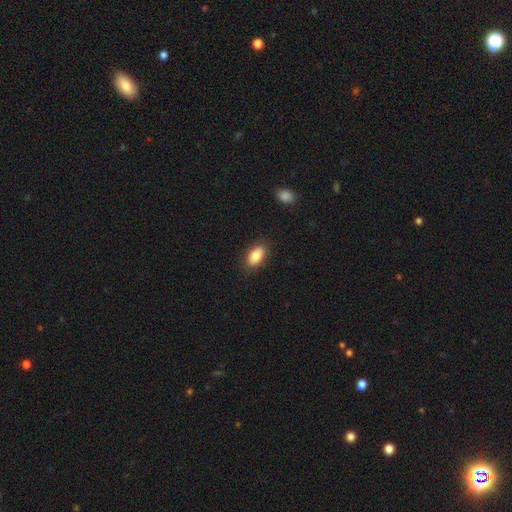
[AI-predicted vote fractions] This appears to be a smooth galaxy with no disk features (82%) that is in between round and cigar-shaped (91%). Merging: none (85%).